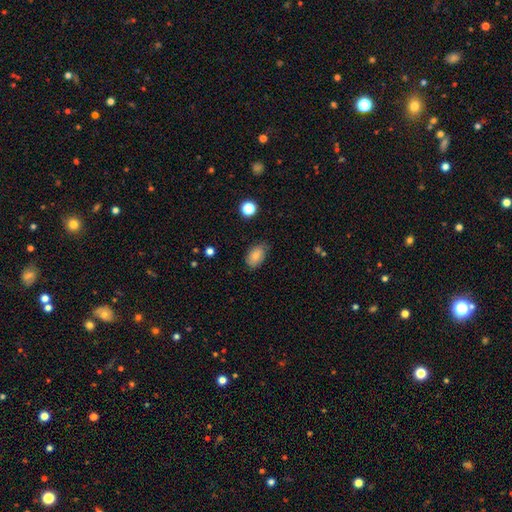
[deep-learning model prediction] The model was most divided on "merging": none: 72%, minor disturbance: 22%, major disturbance: 4%, merger: 1%. More confident: how rounded — in between (90%); smooth or featured — smooth (81%).